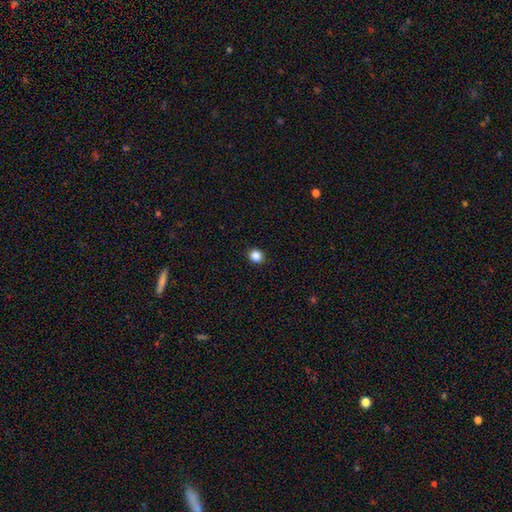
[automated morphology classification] The model was most divided on "how rounded": round: 85%, in between: 15%, cigar-shaped: 1%. More confident: merging — none (92%); smooth or featured — smooth (86%).